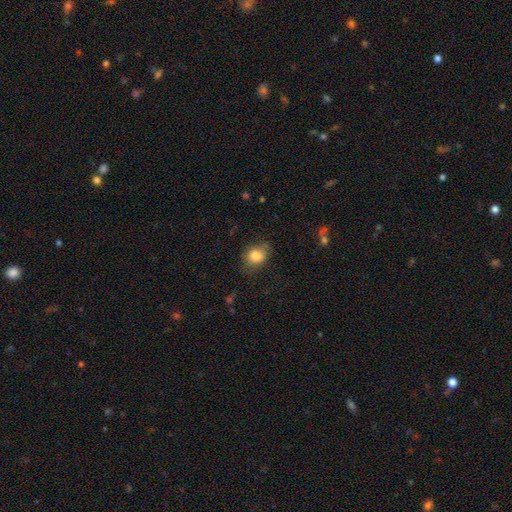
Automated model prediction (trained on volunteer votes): A smooth galaxy with no disk features (83%) that is in between round and cigar-shaped (54%).

Vote fractions:
- Smooth or featured? smooth: 83% / star or artifact: 9% / featured or disk: 8%
- How rounded? in between: 54% / round: 45% / cigar-shaped: 1%
- Merging? none: 67% / minor disturbance: 24% / major disturbance: 7% / merger: 1%